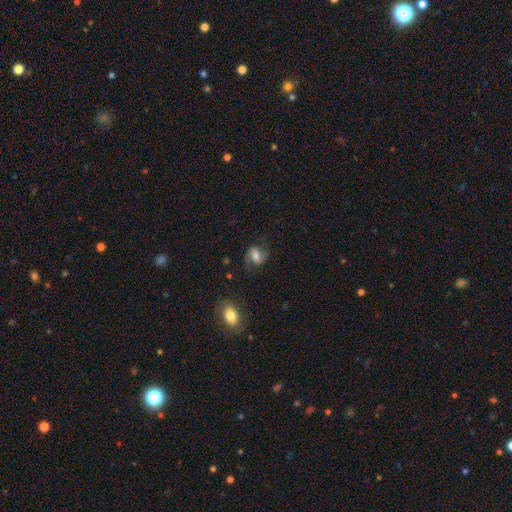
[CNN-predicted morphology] Smooth or featured: smooth — 46% (featured or disk — 45%)
Merging: none — 65% (minor disturbance — 21%)